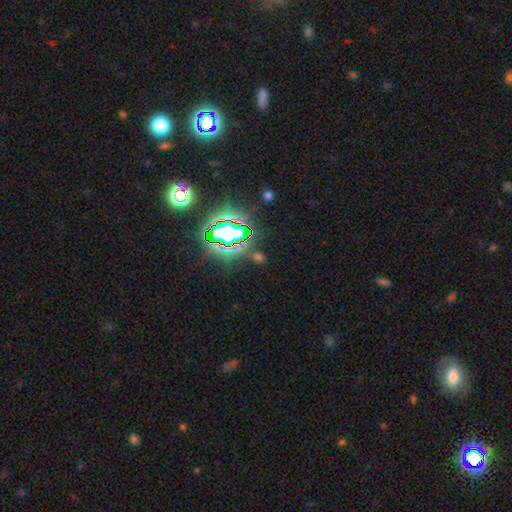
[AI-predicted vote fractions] Overall: star or artifact (74%).